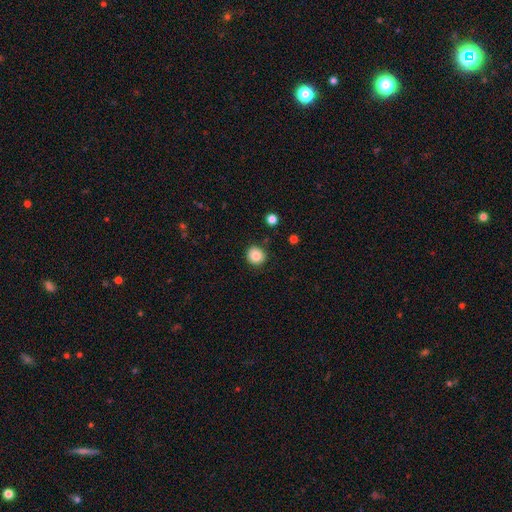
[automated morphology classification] This is clearly a smooth galaxy (85%). How rounded: clearly round (91%). Merging: clearly none (88%).